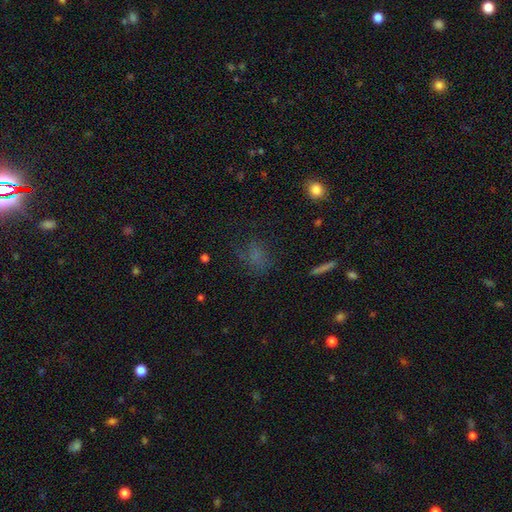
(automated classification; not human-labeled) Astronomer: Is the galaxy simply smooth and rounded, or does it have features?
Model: smooth — 60%.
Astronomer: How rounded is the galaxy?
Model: in between — 53% (runner-up: round, 43%).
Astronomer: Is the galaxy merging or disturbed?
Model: none — 59%.